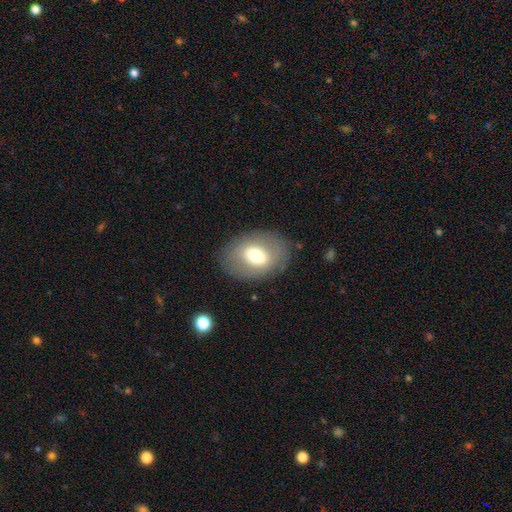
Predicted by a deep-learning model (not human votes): Smooth or featured? smooth (61%)
How rounded? in between (76%)
Merging? none (82%)